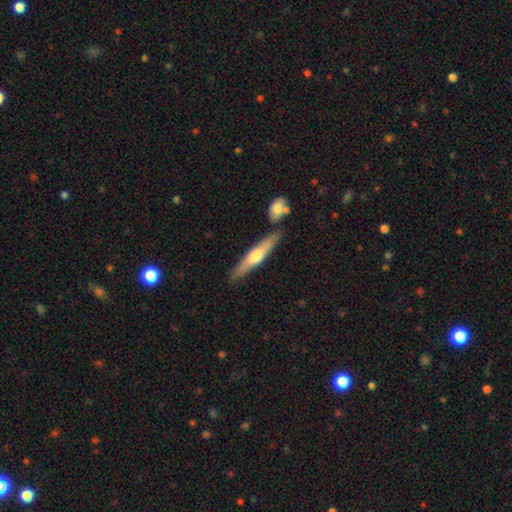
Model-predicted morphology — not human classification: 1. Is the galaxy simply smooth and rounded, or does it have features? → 54% featured or disk, 41% smooth, 5% star or artifact.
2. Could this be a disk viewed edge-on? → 94% yes, 6% no.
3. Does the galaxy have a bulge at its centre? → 87% rounded, 6% none, 6% boxy.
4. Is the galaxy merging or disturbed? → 81% none, 10% minor disturbance, 7% merger, 2% major disturbance.